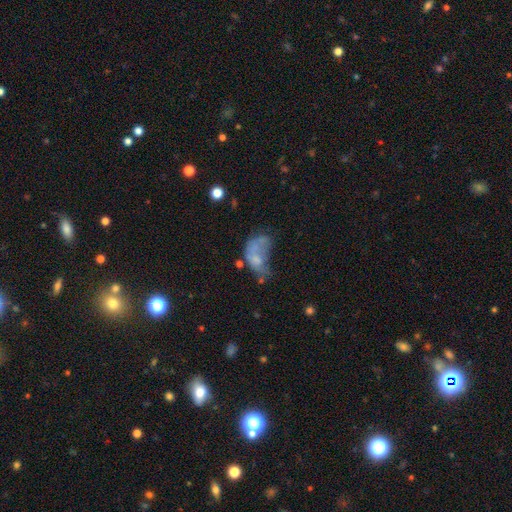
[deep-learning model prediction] The model was most divided on "smooth or featured": smooth: 47%, featured or disk: 39%, star or artifact: 15%. Remaining: merging — major disturbance (48%).